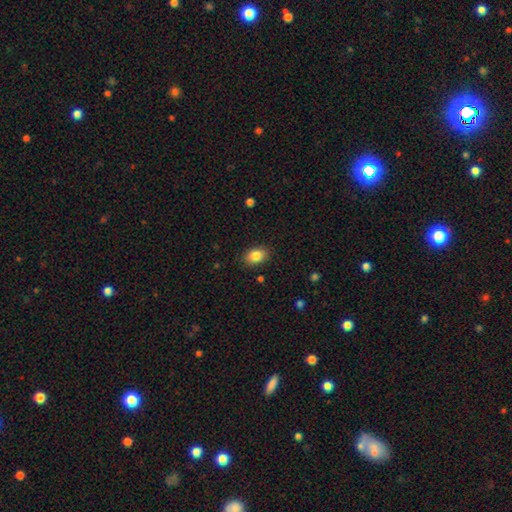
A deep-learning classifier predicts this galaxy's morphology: Smooth or featured? smooth (85%)
How rounded? in between (80%)
Merging? none (87%)